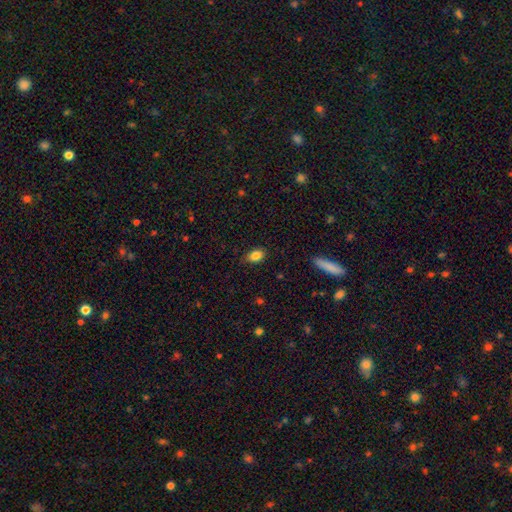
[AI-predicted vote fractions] Smooth or featured?
  - smooth: 85% *
  - star or artifact: 9%
  - featured or disk: 6%
How rounded?
  - in between: 83% *
  - round: 15%
  - cigar-shaped: 2%
Merging?
  - none: 83% *
  - minor disturbance: 13%
  - major disturbance: 3%
  - merger: 1%